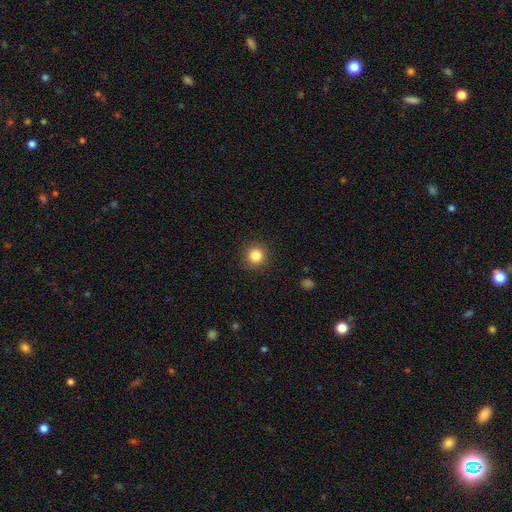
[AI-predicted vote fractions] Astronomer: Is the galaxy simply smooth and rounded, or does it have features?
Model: smooth — 85%.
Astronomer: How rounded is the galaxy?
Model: round — 94%.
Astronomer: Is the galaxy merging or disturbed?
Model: none — 92%.